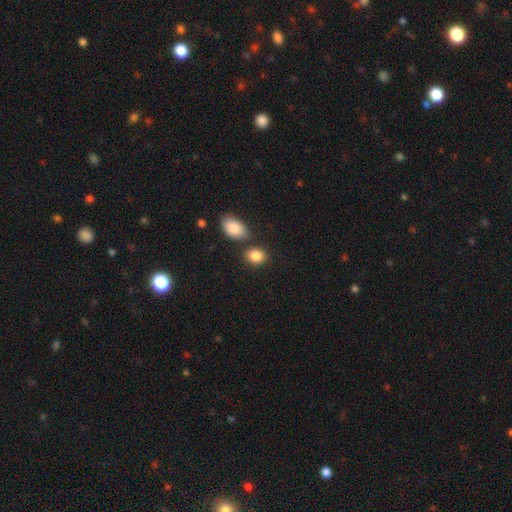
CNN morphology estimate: This appears to be a smooth galaxy with no disk features (87%) that is in between round and cigar-shaped (70%). Merging: none (68%).